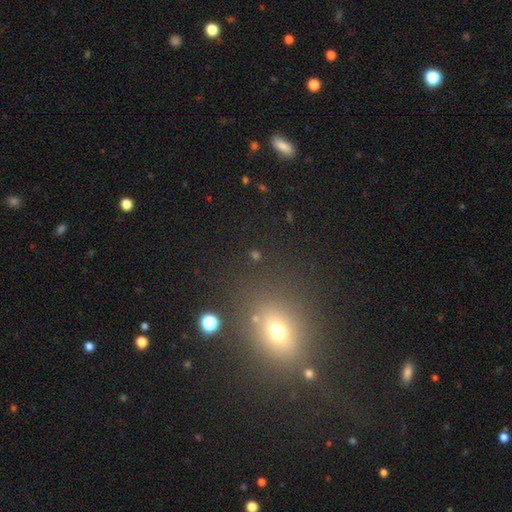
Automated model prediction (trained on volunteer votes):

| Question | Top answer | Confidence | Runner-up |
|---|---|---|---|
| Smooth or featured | smooth | 53% | star or artifact (35%) |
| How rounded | round | 64% | in between (32%) |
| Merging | none | 77% | minor disturbance (10%) |